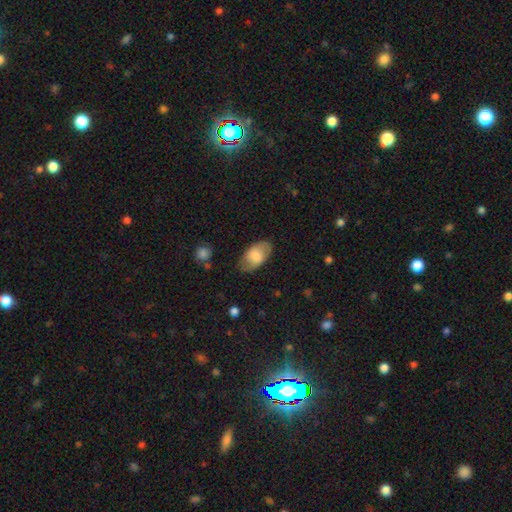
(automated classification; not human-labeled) Overall: smooth (68%). How rounded: in between (94%). Merging: none (78%).